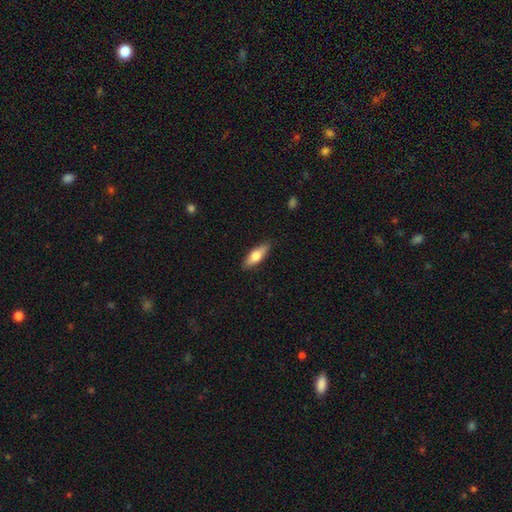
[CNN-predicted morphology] Smooth or featured? smooth (64%)
How rounded? in between (57%)
Merging? none (87%)